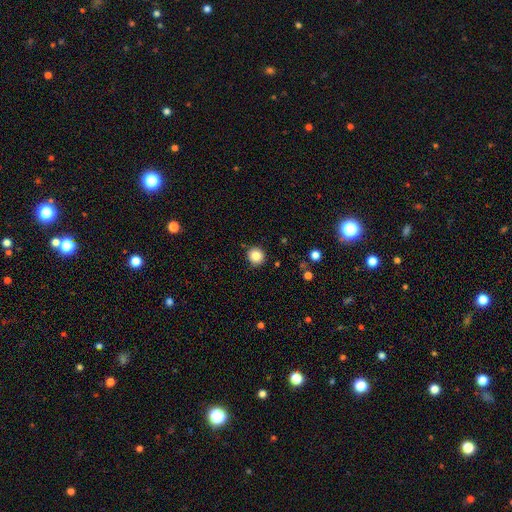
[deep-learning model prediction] A smooth galaxy with no disk features (85%) that is round (93%).

Vote fractions:
- Smooth or featured? smooth: 85% / star or artifact: 10% / featured or disk: 5%
- How rounded? round: 93% / in between: 6% / cigar-shaped: 1%
- Merging? none: 90% / minor disturbance: 6% / major disturbance: 2% / merger: 2%